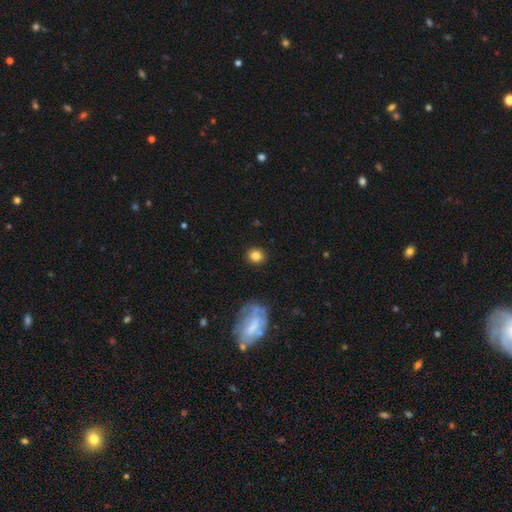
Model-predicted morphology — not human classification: Overall: smooth (81%). How rounded: round (84%). Merging: none (90%).